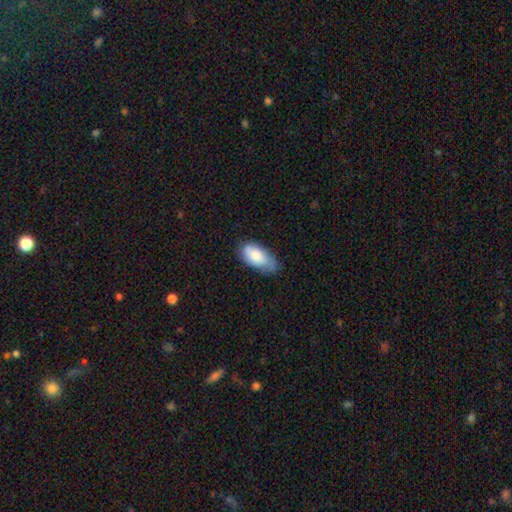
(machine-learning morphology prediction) Smooth or featured? smooth (76%)
How rounded? in between (91%)
Merging? none (52%)